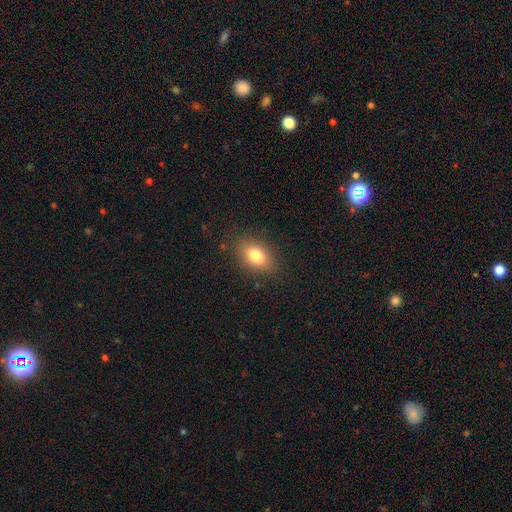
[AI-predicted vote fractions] This is likely a smooth galaxy (79%). How rounded: clearly in between (82%). Merging: clearly none (85%).